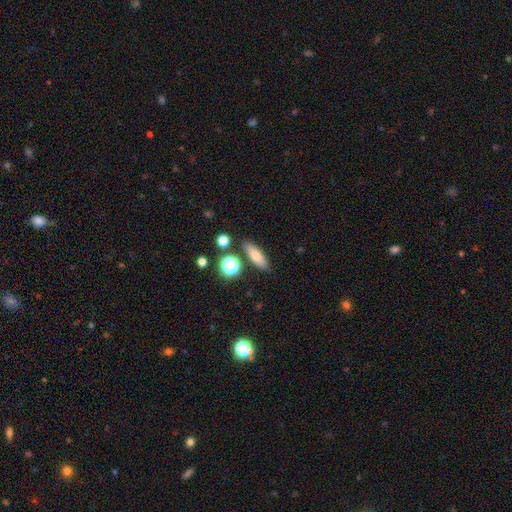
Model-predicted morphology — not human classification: Overall: smooth (72%). How rounded: in between (47%; cigar-shaped 45%). Merging: none (81%).